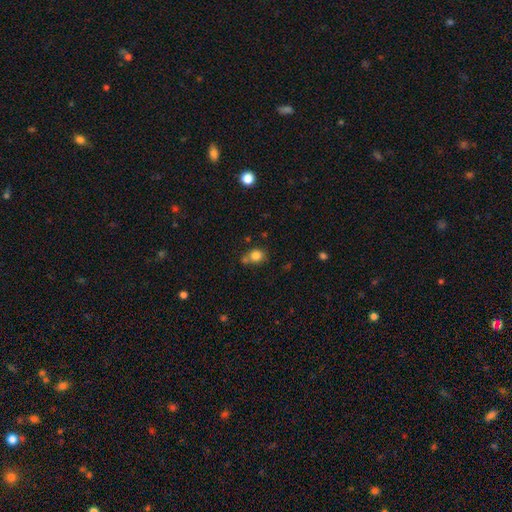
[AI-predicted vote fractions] The model was most divided on "merging": none: 55%, merger: 21%, minor disturbance: 18%, major disturbance: 6%. More confident: smooth or featured — smooth (81%); how rounded — round (70%).